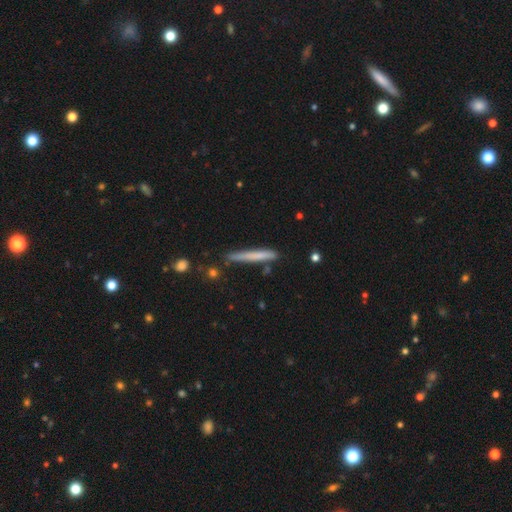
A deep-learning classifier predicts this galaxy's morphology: smooth-or-featured: smooth: 66% | featured or disk: 27% | star or artifact: 6%
  how-rounded: cigar-shaped: 96% | in between: 2% | round: 1%
  merging: none: 80% | minor disturbance: 15% | merger: 3% | major disturbance: 3%